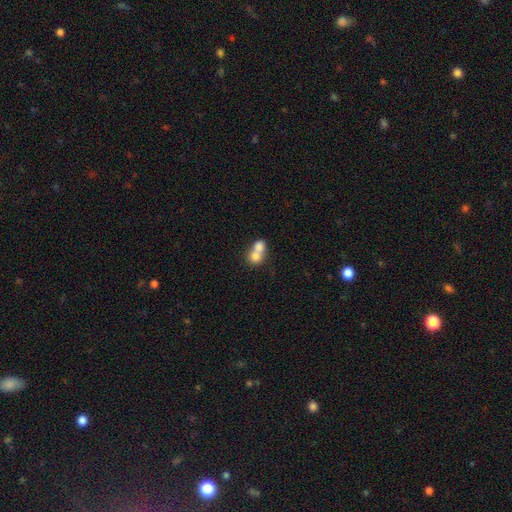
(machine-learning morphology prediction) Overall: smooth (74%). How rounded: round (65%; in between 33%). Merging: merger (74%).